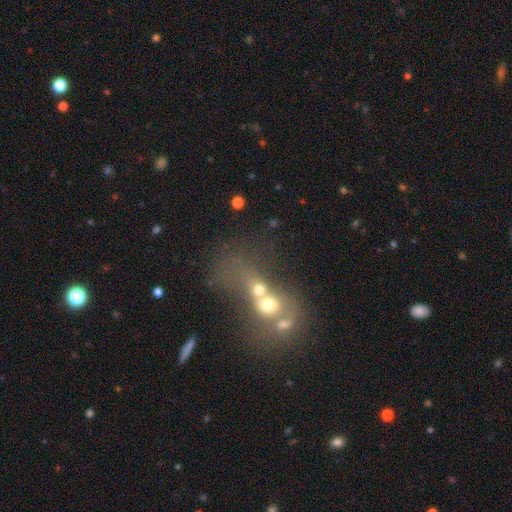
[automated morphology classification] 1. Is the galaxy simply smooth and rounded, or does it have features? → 42% smooth, 34% featured or disk, 24% star or artifact.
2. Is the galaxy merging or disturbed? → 77% merger, 11% none, 8% major disturbance, 4% minor disturbance.